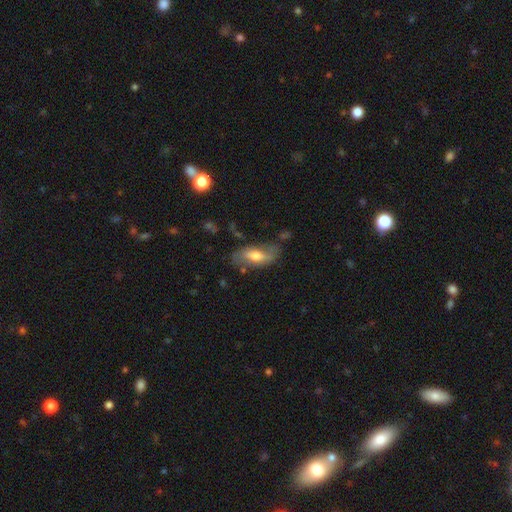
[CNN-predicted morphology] This is possibly a smooth galaxy (53%). How rounded: clearly in between (81%). Merging: likely none (61%).